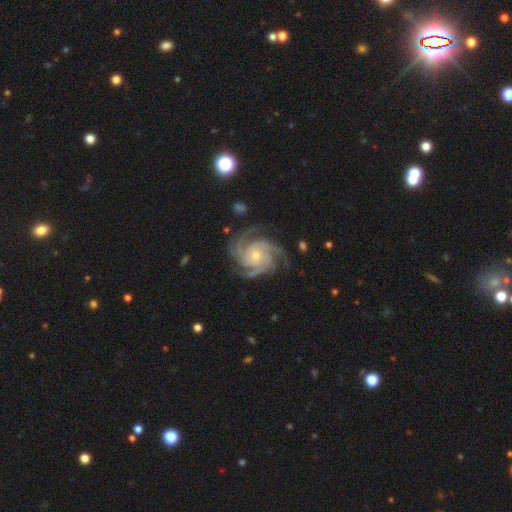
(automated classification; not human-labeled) Smooth or featured? Predicted: featured or disk (p=0.93). Edge-on disk? Predicted: no (p=0.98). Bar? Predicted: no (p=0.76). Spiral arms? Predicted: yes (p=0.99). Spiral winding? Predicted: tight (p=0.65). Spiral arm count? Predicted: 4 (p=0.46). Bulge size? Predicted: small (p=0.59). Merging? Predicted: none (p=0.79).